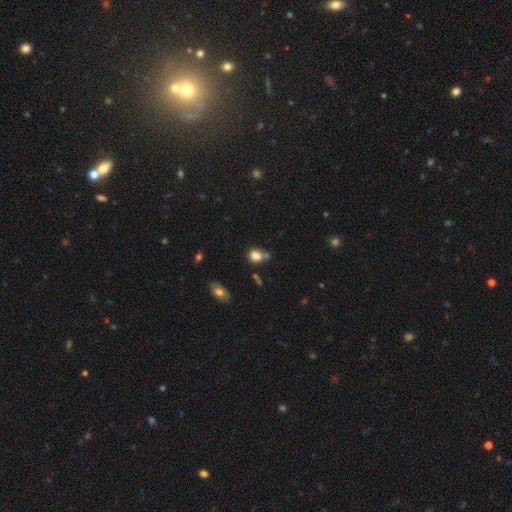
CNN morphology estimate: Smooth or featured?
  - smooth: 81% *
  - star or artifact: 11%
  - featured or disk: 8%
How rounded?
  - round: 56% *
  - in between: 43%
  - cigar-shaped: 1%
Merging?
  - none: 53% *
  - merger: 22%
  - minor disturbance: 18%
  - major disturbance: 6%